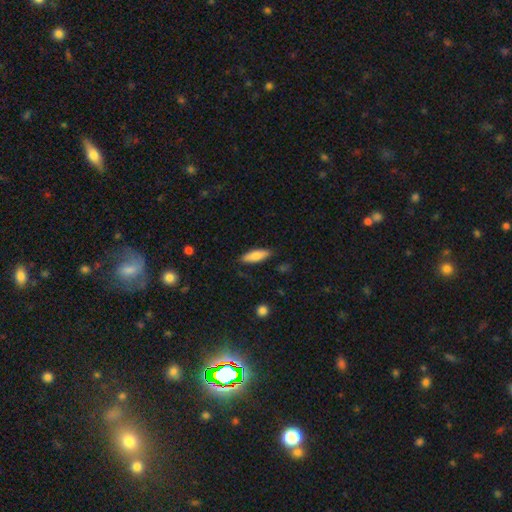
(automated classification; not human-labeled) smooth-or-featured: smooth: 78% | featured or disk: 16% | star or artifact: 6%
  how-rounded: in between: 57% | cigar-shaped: 41% | round: 2%
  merging: none: 84% | minor disturbance: 12% | major disturbance: 2% | merger: 1%